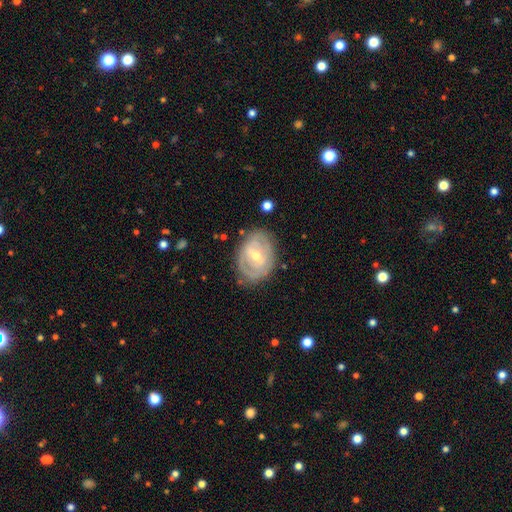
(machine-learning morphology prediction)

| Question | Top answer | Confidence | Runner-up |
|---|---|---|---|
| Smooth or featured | featured or disk | 74% | smooth (20%) |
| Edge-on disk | no | 95% | yes (5%) |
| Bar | weak | 46% | strong (30%) |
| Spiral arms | yes | 66% | no (34%) |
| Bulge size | moderate | 51% | small (45%) |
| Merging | none | 73% | minor disturbance (19%) |